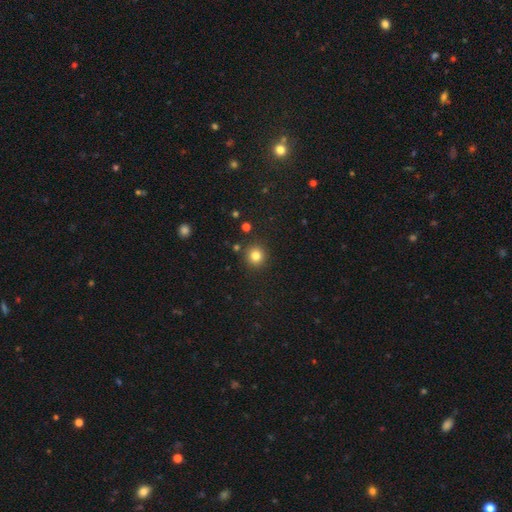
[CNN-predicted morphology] Q: Smooth or featured?
A: smooth (81%); runner-up: star or artifact (13%)
Q: How rounded?
A: round (93%); runner-up: in between (6%)
Q: Merging?
A: none (89%); runner-up: minor disturbance (6%)